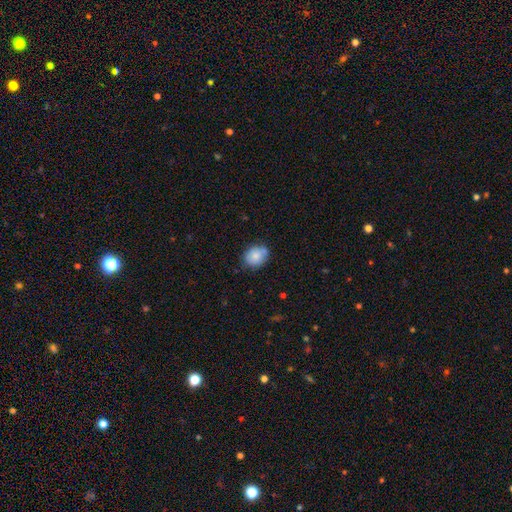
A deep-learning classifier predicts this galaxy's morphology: Smooth or featured? Predicted: smooth (p=0.80). How rounded? Predicted: round (p=0.54). Merging? Predicted: none (p=0.71).